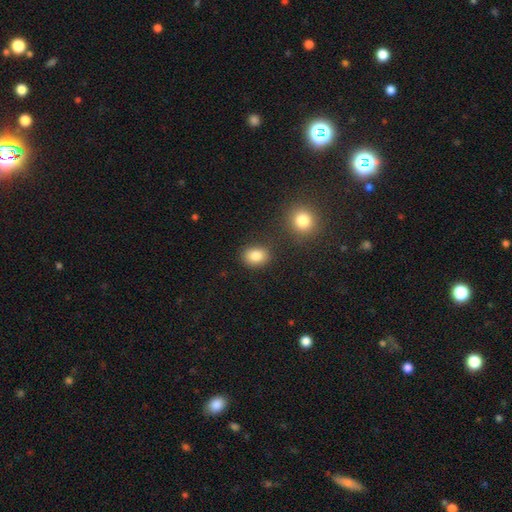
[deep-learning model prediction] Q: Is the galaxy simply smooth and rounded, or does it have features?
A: smooth — 84%.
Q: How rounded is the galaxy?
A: in between — 52%.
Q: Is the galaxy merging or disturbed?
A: none — 80%.